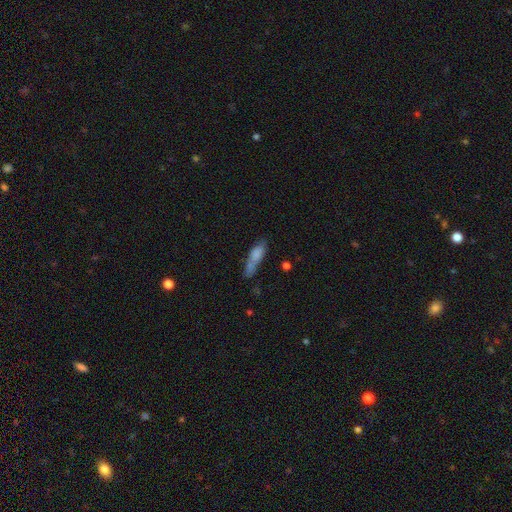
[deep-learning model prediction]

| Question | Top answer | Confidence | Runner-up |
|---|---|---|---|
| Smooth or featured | smooth | 72% | featured or disk (19%) |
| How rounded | cigar-shaped | 57% | in between (40%) |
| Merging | none | 40% | merger (24%) |